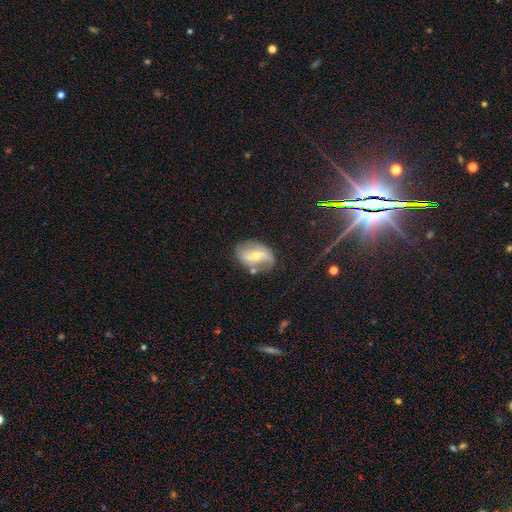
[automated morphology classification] This appears to be a featured or disk galaxy (75%) with a strong bar (39%), 2 (87%) loose (61%) spiral arms (86%) and a moderate central bulge (48%). Merging: none (70%).